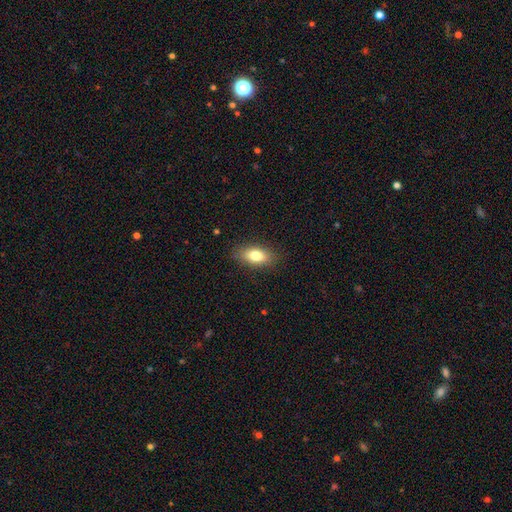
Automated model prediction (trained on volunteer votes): A smooth galaxy with no disk features (80%) that is in between round and cigar-shaped (86%).

Vote fractions:
- Smooth or featured? smooth: 80% / featured or disk: 13% / star or artifact: 8%
- How rounded? in between: 86% / cigar-shaped: 8% / round: 5%
- Merging? none: 86% / minor disturbance: 10% / major disturbance: 3% / merger: 1%